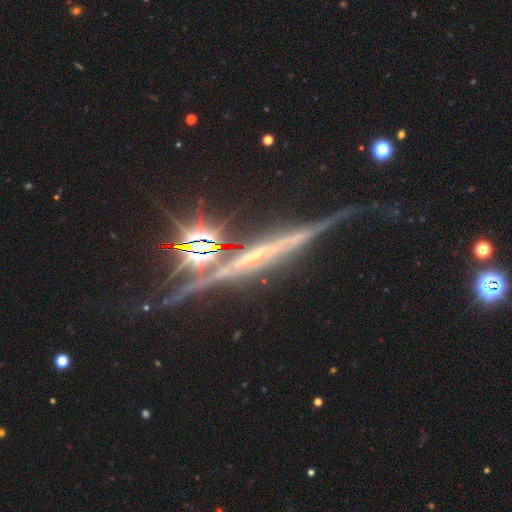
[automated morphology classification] smooth-or-featured: featured or disk: 69% | star or artifact: 20% | smooth: 11%
  disk-edge-on: yes: 94% | no: 6%
    edge-on-bulge: none: 70% | rounded: 19% | boxy: 12%
  merging: none: 65% | minor disturbance: 20% | major disturbance: 8% | merger: 6%